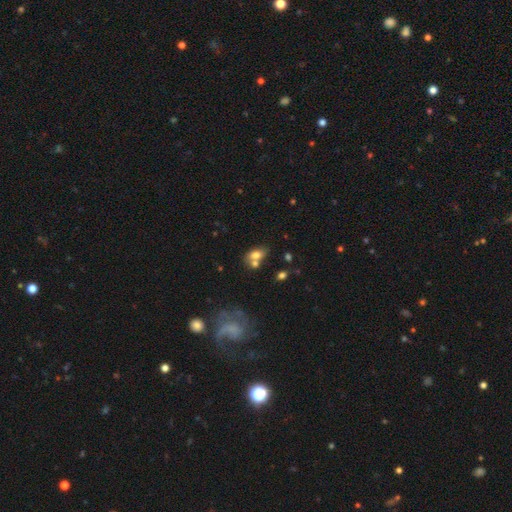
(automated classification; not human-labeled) A smooth galaxy with no disk features (71%) that is in between round and cigar-shaped (80%).

Vote fractions:
- Smooth or featured? smooth: 71% / featured or disk: 18% / star or artifact: 11%
- How rounded? in between: 80% / round: 17% / cigar-shaped: 3%
- Merging? merger: 43% / none: 38% / minor disturbance: 13% / major disturbance: 6%